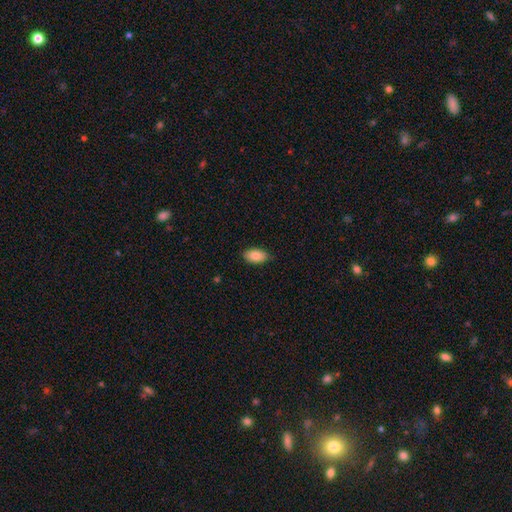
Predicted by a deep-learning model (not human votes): Smooth or featured? Predicted: smooth (p=0.86). How rounded? Predicted: in between (p=0.94). Merging? Predicted: none (p=0.85).